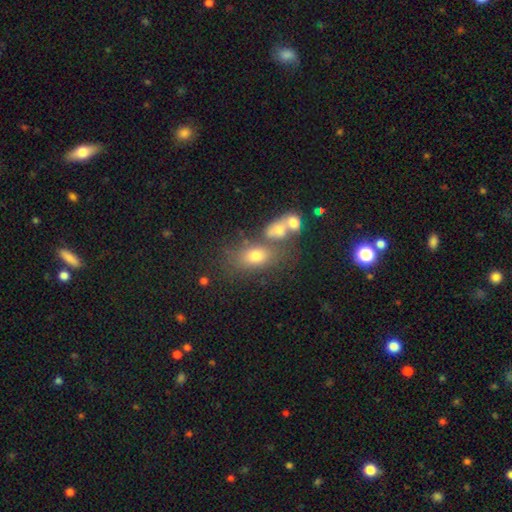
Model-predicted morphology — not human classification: Smooth or featured?
  - smooth: 68% *
  - star or artifact: 16%
  - featured or disk: 16%
How rounded?
  - in between: 74% *
  - round: 23%
  - cigar-shaped: 4%
Merging?
  - none: 48% *
  - merger: 31%
  - minor disturbance: 14%
  - major disturbance: 8%